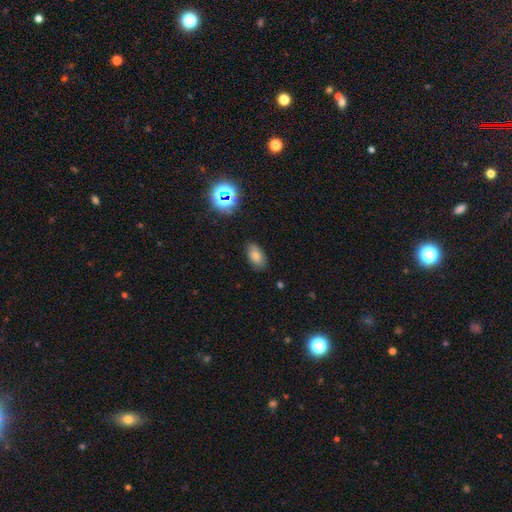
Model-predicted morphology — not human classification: type=smooth (77%); roundness=in between (91%); merging=none (82%).